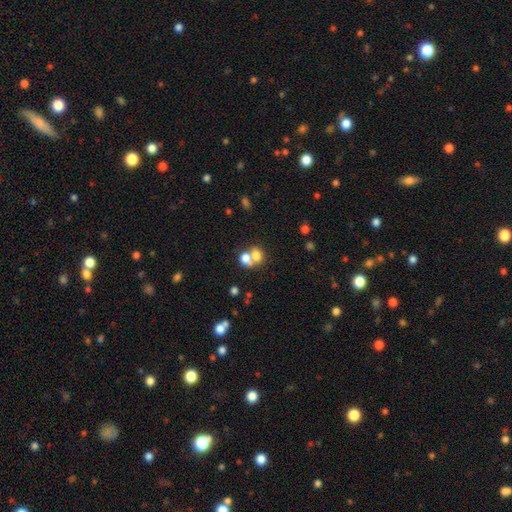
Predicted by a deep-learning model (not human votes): smooth 71%, featured or disk 17%, star or artifact 12%. Down the decision tree: how rounded — round (60%); merging — merger (60%).